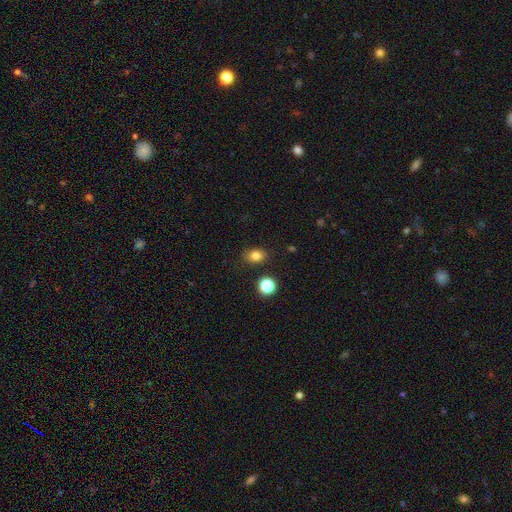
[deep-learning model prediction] Smooth or featured?
  - smooth: 80% *
  - star or artifact: 14%
  - featured or disk: 7%
How rounded?
  - in between: 63% *
  - round: 36%
  - cigar-shaped: 1%
Merging?
  - none: 84% *
  - minor disturbance: 10%
  - major disturbance: 3%
  - merger: 3%